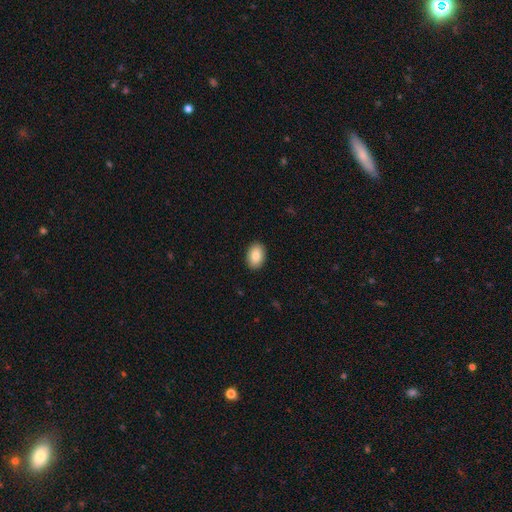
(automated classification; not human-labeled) The model was most divided on "how rounded": in between: 87%, round: 12%, cigar-shaped: 1%. More confident: merging — none (90%); smooth or featured — smooth (85%).